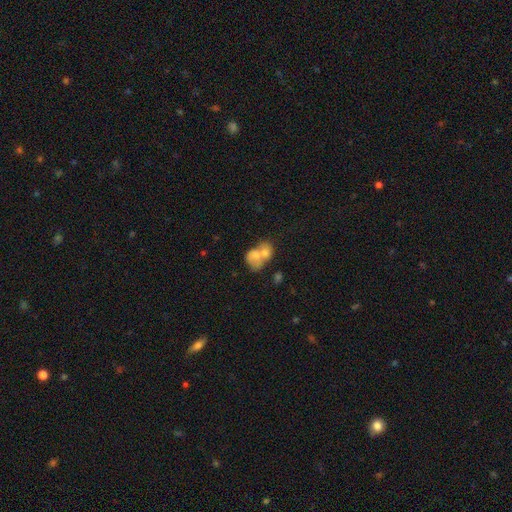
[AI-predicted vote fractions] smooth-or-featured: smooth: 60% | featured or disk: 32% | star or artifact: 9%
  how-rounded: in between: 54% | round: 45% | cigar-shaped: 1%
  merging: merger: 74% | none: 14% | minor disturbance: 7% | major disturbance: 5%